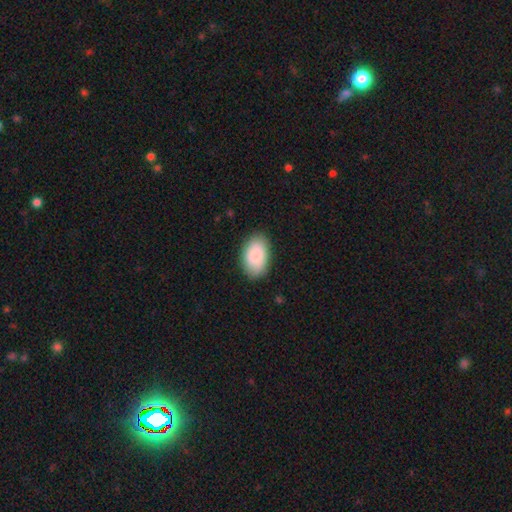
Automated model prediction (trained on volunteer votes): This is clearly a smooth galaxy (87%). How rounded: clearly in between (93%). Merging: clearly none (85%).